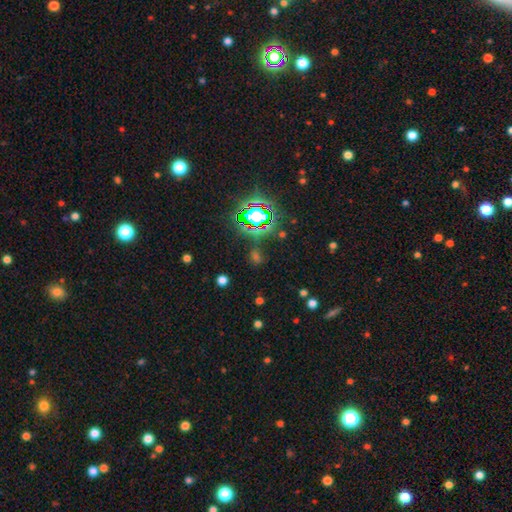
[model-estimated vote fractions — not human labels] Q: Smooth or featured?
A: star or artifact (65%); runner-up: smooth (27%)